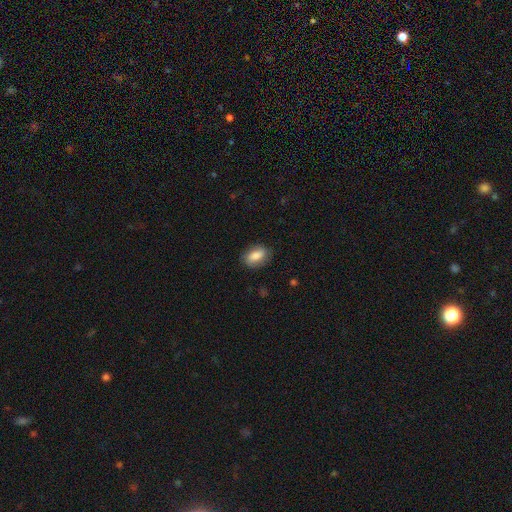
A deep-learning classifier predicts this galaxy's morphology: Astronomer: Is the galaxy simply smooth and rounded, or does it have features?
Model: smooth — 80%.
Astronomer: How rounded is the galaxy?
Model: in between — 87%.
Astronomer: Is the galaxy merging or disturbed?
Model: none — 81%.